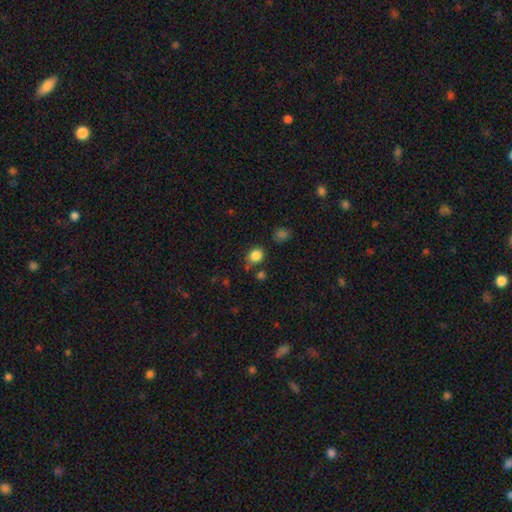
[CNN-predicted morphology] smooth-or-featured: smooth: 85% | star or artifact: 11% | featured or disk: 4%
  how-rounded: round: 68% | in between: 31% | cigar-shaped: 1%
  merging: none: 70% | minor disturbance: 17% | merger: 7% | major disturbance: 5%